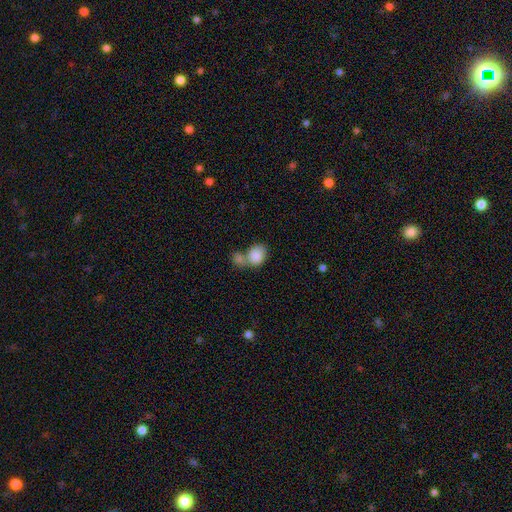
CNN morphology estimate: This is clearly a smooth galaxy (84%). How rounded: possibly in between (57%). Merging: possibly merger (59%).